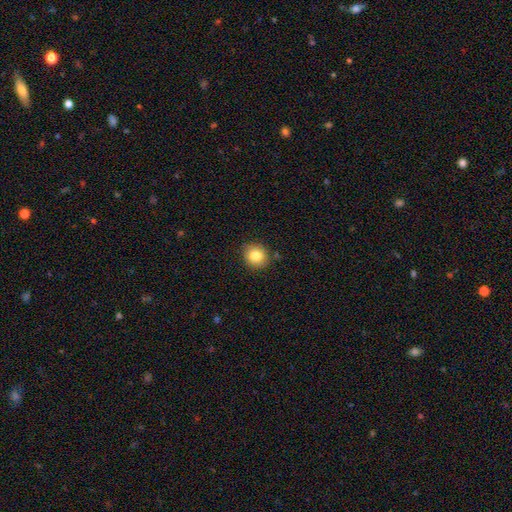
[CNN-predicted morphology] Overall: smooth (82%). How rounded: round (84%). Merging: none (84%).